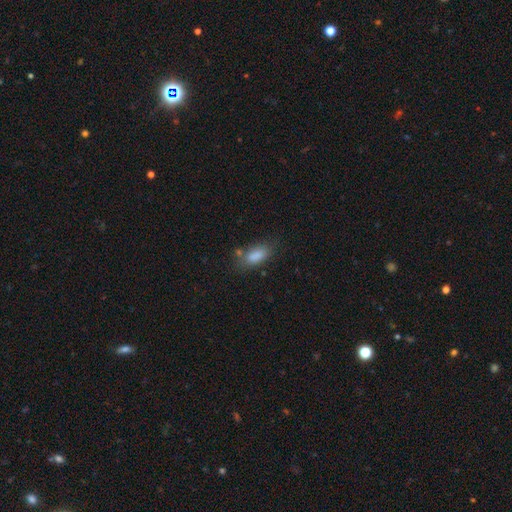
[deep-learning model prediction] Smooth or featured? smooth (83%)
How rounded? in between (84%)
Merging? none (62%)